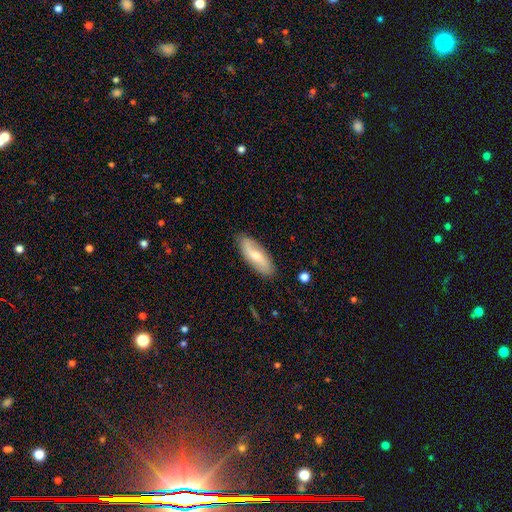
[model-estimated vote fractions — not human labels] The model was most divided on "smooth or featured": smooth: 49%, featured or disk: 45%, star or artifact: 6%. More confident: merging — none (83%).